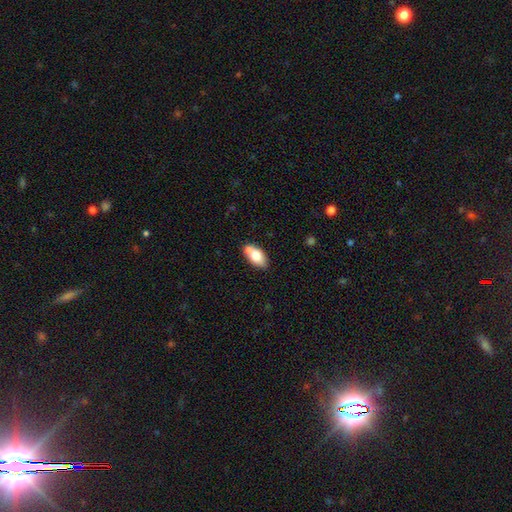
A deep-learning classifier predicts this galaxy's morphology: A smooth galaxy with no disk features (75%) that is in between round and cigar-shaped (90%).

Vote fractions:
- Smooth or featured? smooth: 75% / featured or disk: 17% / star or artifact: 7%
- How rounded? in between: 90% / round: 5% / cigar-shaped: 5%
- Merging? none: 59% / merger: 21% / minor disturbance: 16% / major disturbance: 4%